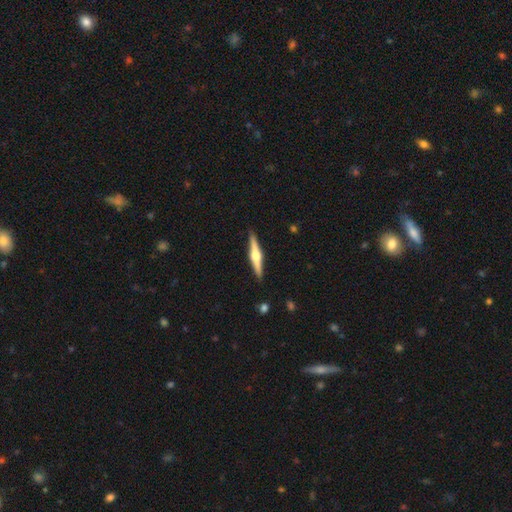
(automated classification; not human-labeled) Smooth or featured: featured or disk — 75% (smooth — 20%)
Edge-on disk: yes — 98% (no — 2%)
Edge-on bulge: rounded — 94% (boxy — 4%)
Merging: none — 91% (minor disturbance — 7%)